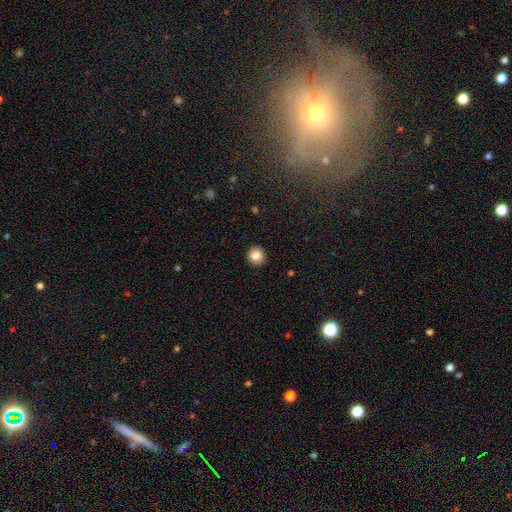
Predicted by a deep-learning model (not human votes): Smooth or featured: smooth — 83% (star or artifact — 9%)
How rounded: round — 90% (in between — 9%)
Merging: none — 92% (minor disturbance — 6%)